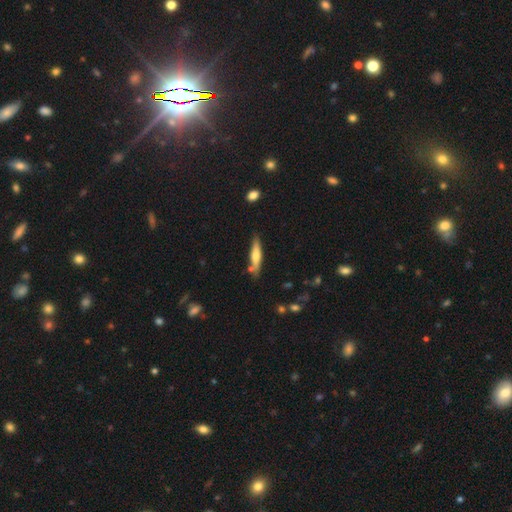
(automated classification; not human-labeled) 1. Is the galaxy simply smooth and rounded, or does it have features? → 58% smooth, 36% featured or disk, 6% star or artifact.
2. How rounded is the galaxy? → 84% cigar-shaped, 15% in between, 1% round.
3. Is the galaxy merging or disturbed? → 77% none, 14% minor disturbance, 7% merger, 3% major disturbance.